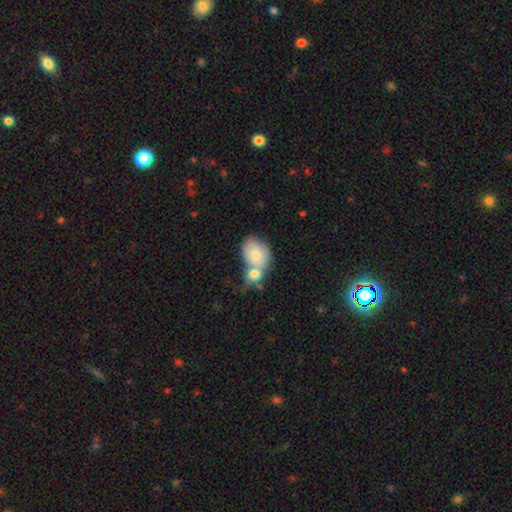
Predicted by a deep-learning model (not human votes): Overall: smooth (68%). How rounded: in between (68%; round 31%). Merging: merger (60%; none 22%).